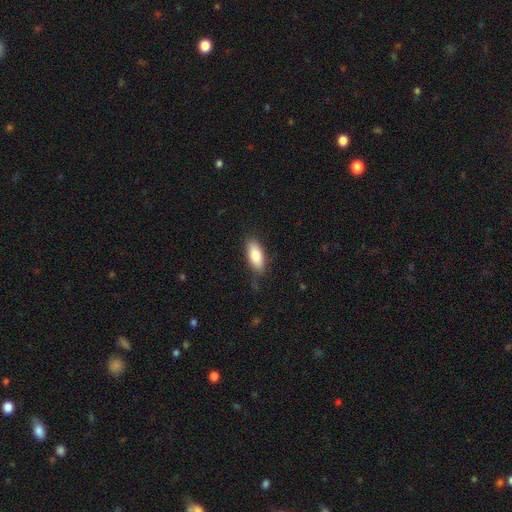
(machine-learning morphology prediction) smooth 83%, featured or disk 11%, star or artifact 6%. Down the decision tree: how rounded — in between (85%); merging — none (75%).